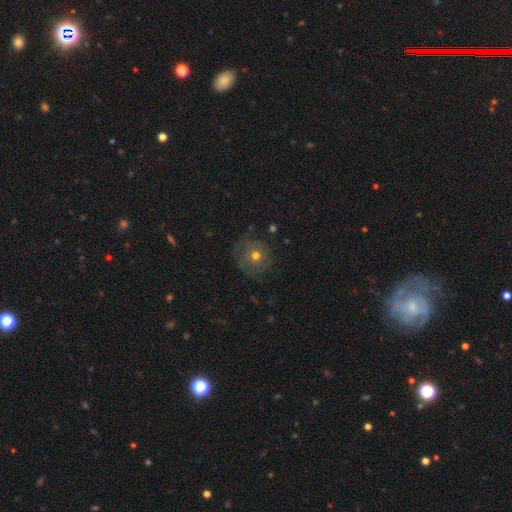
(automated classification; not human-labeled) A smooth galaxy with no disk features (52%) that is round (89%).

Vote fractions:
- Smooth or featured? smooth: 52% / featured or disk: 35% / star or artifact: 13%
- How rounded? round: 89% / in between: 10% / cigar-shaped: 1%
- Merging? none: 75% / minor disturbance: 16% / major disturbance: 8% / merger: 1%